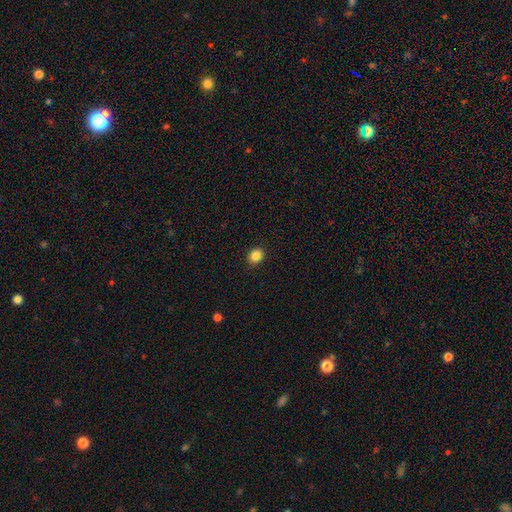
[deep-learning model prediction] smooth-or-featured: smooth: 85% | star or artifact: 11% | featured or disk: 4%
  how-rounded: round: 69% | in between: 30% | cigar-shaped: 1%
  merging: none: 92% | minor disturbance: 6% | major disturbance: 2% | merger: 1%